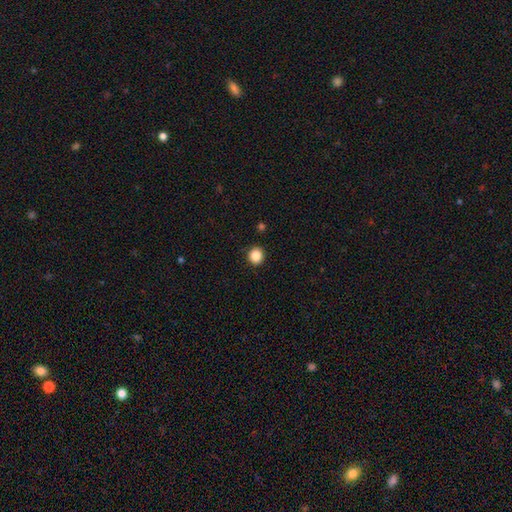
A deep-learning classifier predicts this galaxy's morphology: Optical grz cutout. It shows a smooth galaxy with no disk features (87%) that is round (86%). Merging: none (91%).